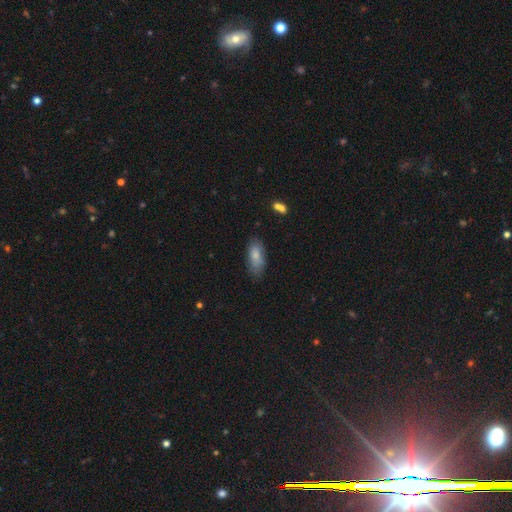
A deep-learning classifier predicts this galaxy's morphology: type=smooth (80%); roundness=in between (86%); merging=none (70%).